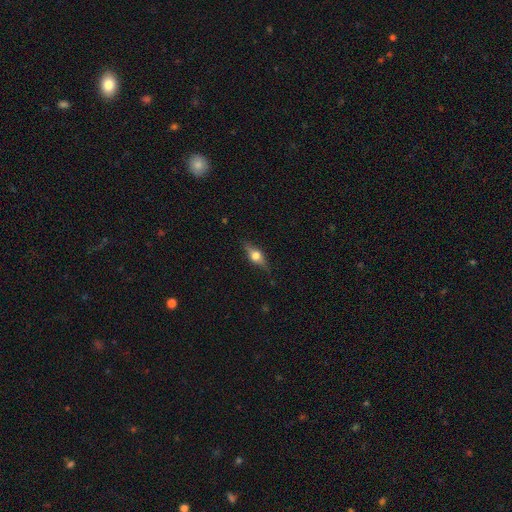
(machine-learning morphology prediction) This is likely a featured or disk galaxy (60%). It is clearly viewed edge-on (94%). Edge-on bulge: clearly rounded (95%). Merging: clearly none (84%).